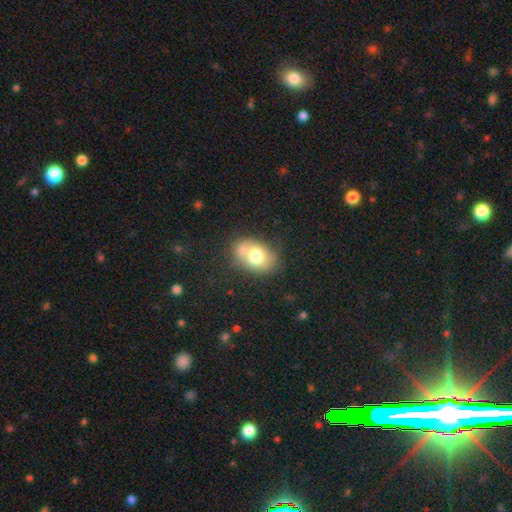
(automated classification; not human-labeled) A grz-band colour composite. It shows a smooth galaxy with no disk features (70%) that is in between round and cigar-shaped (67%). Merging: none (50%).